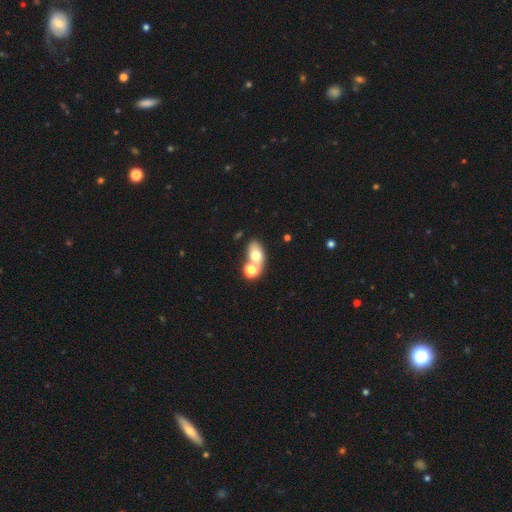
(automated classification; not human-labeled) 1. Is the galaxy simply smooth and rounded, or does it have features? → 70% smooth, 19% featured or disk, 11% star or artifact.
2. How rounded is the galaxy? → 78% in between, 20% round, 2% cigar-shaped.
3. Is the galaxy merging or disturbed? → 44% merger, 41% none, 10% minor disturbance, 5% major disturbance.